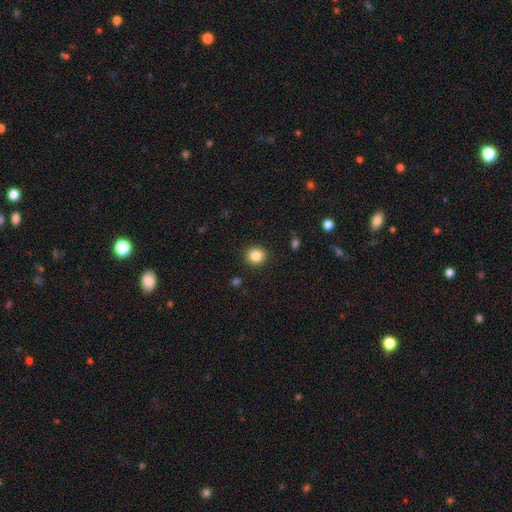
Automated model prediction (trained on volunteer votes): Smooth or featured: smooth — 85% (star or artifact — 10%)
How rounded: round — 87% (in between — 12%)
Merging: none — 91% (minor disturbance — 6%)